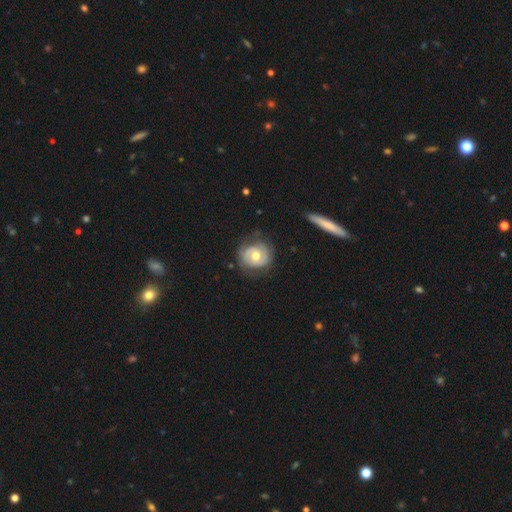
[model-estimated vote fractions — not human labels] A featured or disk galaxy (60%) with no bar (69%), spiral arms (63%) and a moderate central bulge (78%). Merging: none (71%).